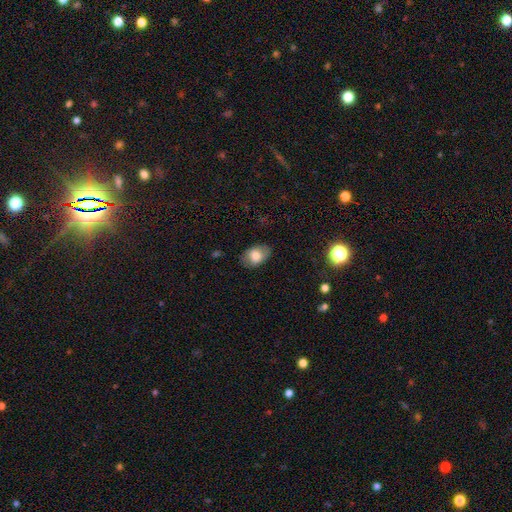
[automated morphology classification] smooth_or_featured: smooth (p=0.76) [alt: featured or disk p=0.16]
how_rounded: in between (p=0.85) [alt: round p=0.14]
merging: none (p=0.78) [alt: minor disturbance p=0.17]